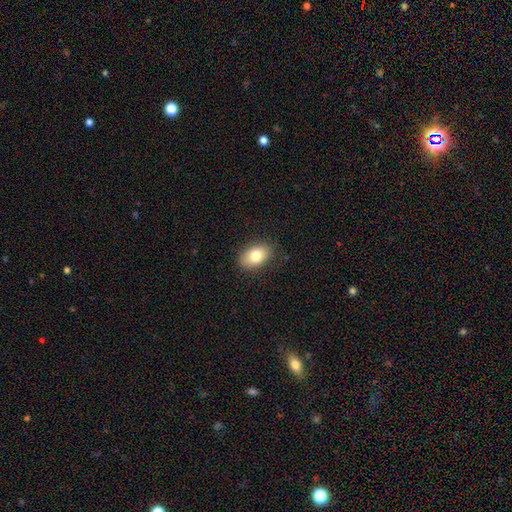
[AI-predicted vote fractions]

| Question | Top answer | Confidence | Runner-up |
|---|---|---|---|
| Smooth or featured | smooth | 81% | featured or disk (12%) |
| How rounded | in between | 89% | round (10%) |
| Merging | none | 86% | minor disturbance (11%) |